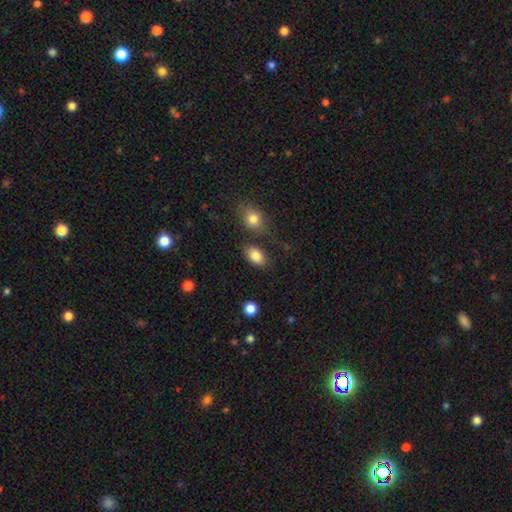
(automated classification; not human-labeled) Smooth or featured?
  - smooth: 84% *
  - star or artifact: 9%
  - featured or disk: 8%
How rounded?
  - in between: 87% *
  - round: 12%
  - cigar-shaped: 2%
Merging?
  - none: 73% *
  - minor disturbance: 13%
  - merger: 10%
  - major disturbance: 4%